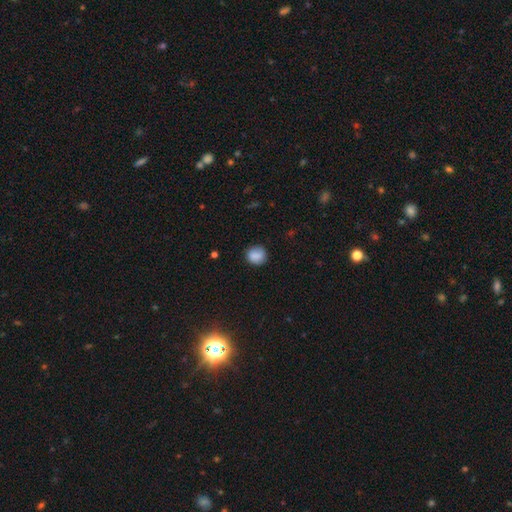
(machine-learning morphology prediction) smooth 84%, star or artifact 9%, featured or disk 7%. Down the decision tree: how rounded — round (85%); merging — none (81%).